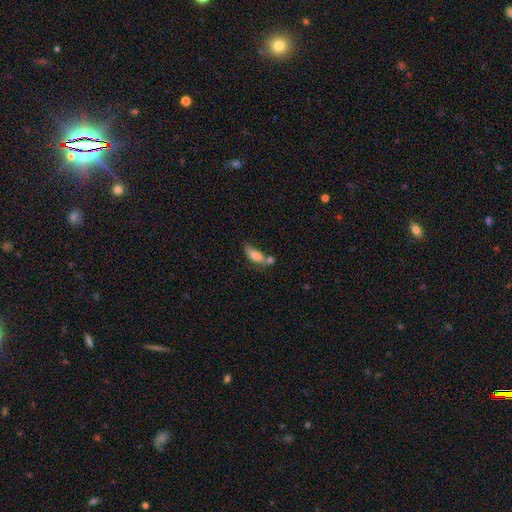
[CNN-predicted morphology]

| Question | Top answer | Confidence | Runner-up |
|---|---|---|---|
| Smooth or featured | smooth | 70% | featured or disk (21%) |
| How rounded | in between | 69% | cigar-shaped (27%) |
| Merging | merger | 38% | none (30%) |